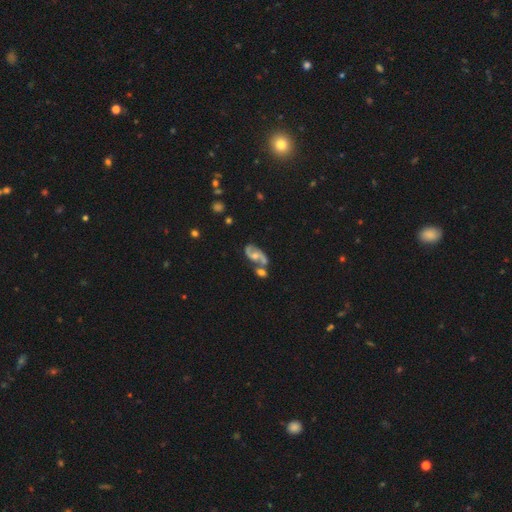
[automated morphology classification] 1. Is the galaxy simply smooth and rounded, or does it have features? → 78% featured or disk, 15% smooth, 7% star or artifact.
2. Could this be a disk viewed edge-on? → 96% no, 4% yes.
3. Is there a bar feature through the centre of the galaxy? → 59% no, 33% weak, 8% strong.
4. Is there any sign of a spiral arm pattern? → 90% yes, 10% no.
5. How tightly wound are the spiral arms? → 44% medium, 41% loose, 14% tight.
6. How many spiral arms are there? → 89% 2, 4% can't tell, 4% 1, 1% 3, 1% 4, 1% more than 4.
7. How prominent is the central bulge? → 59% moderate, 33% small, 4% large, 3% none, 1% dominant.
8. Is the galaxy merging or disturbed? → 39% merger (tied), 39% none (tied), 14% minor disturbance, 7% major disturbance.